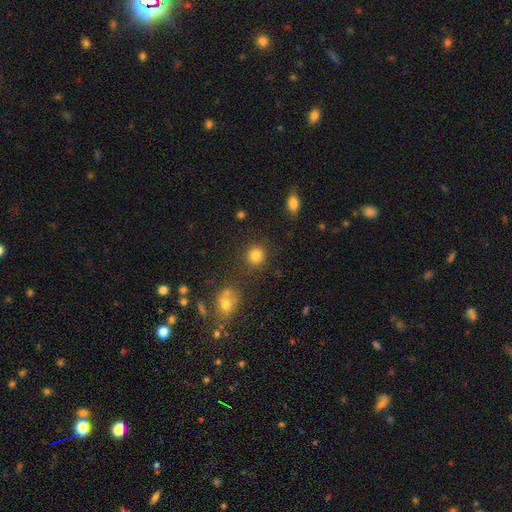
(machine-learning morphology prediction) This is clearly a smooth galaxy (82%). How rounded: clearly round (89%). Merging: clearly none (84%).